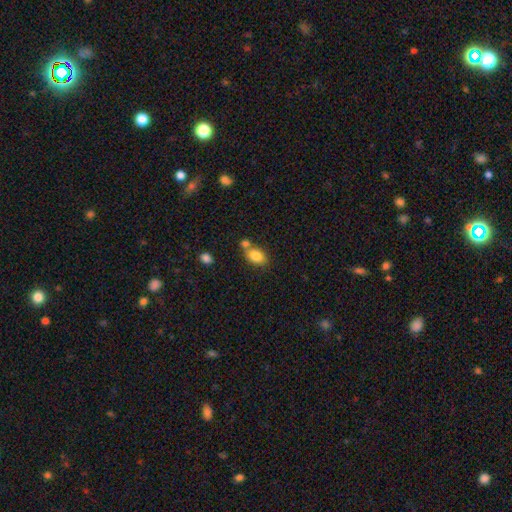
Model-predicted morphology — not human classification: A smooth galaxy with no disk features (83%) that is in between round and cigar-shaped (80%).

Vote fractions:
- Smooth or featured? smooth: 83% / featured or disk: 8% / star or artifact: 8%
- How rounded? in between: 80% / round: 19% / cigar-shaped: 2%
- Merging? none: 51% / merger: 33% / minor disturbance: 13% / major disturbance: 4%